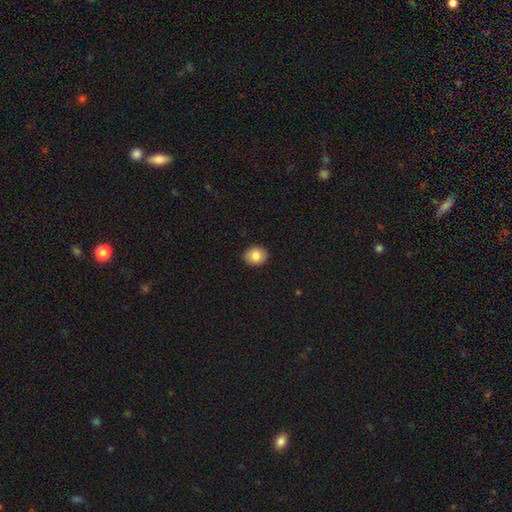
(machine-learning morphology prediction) Q: Smooth or featured?
A: smooth (83%); runner-up: featured or disk (9%)
Q: How rounded?
A: round (69%); runner-up: in between (31%)
Q: Merging?
A: none (91%); runner-up: minor disturbance (7%)